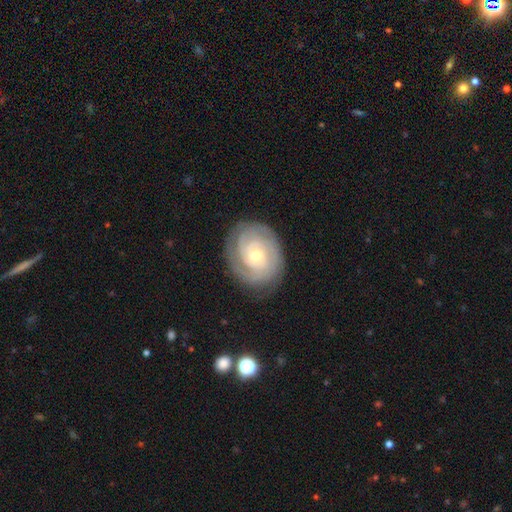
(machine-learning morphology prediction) A featured or disk galaxy (85%) with no bar (69%), 2 (33%) tight (80%) spiral arms (96%) and a moderate central bulge (49%). Merging: none (83%).